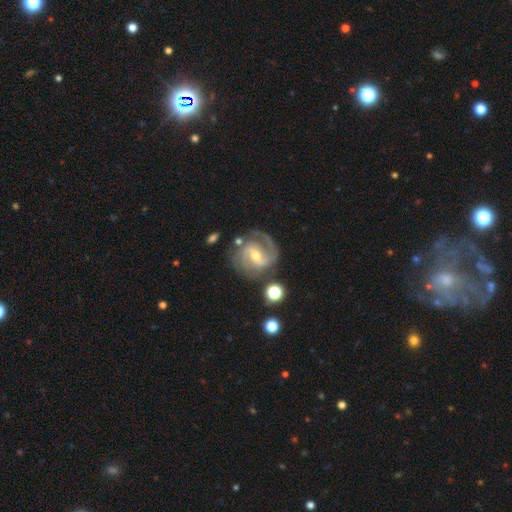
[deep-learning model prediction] smooth_or_featured: featured or disk (p=0.90) [alt: star or artifact p=0.05]
disk_edge_on: no (p=0.98) [alt: yes p=0.02]
bar: weak (p=0.48) [alt: strong p=0.32]
has_spiral_arms: yes (p=0.98) [alt: no p=0.02]
spiral_winding: medium (p=0.51) [alt: tight p=0.39]
spiral_arm_count: 2 (p=0.64) [alt: 3 p=0.20]
bulge_size: moderate (p=0.53) [alt: small p=0.43]
merging: none (p=0.74) [alt: minor disturbance p=0.16]